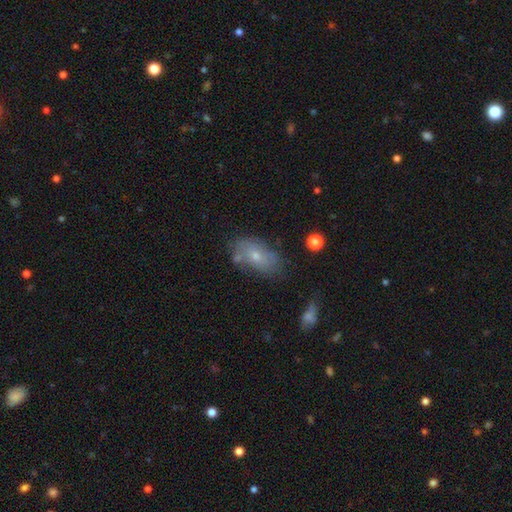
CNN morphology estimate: smooth-or-featured: smooth: 63% | featured or disk: 28% | star or artifact: 10%
  how-rounded: in between: 89% | round: 7% | cigar-shaped: 4%
  merging: none: 63% | minor disturbance: 22% | merger: 8% | major disturbance: 7%